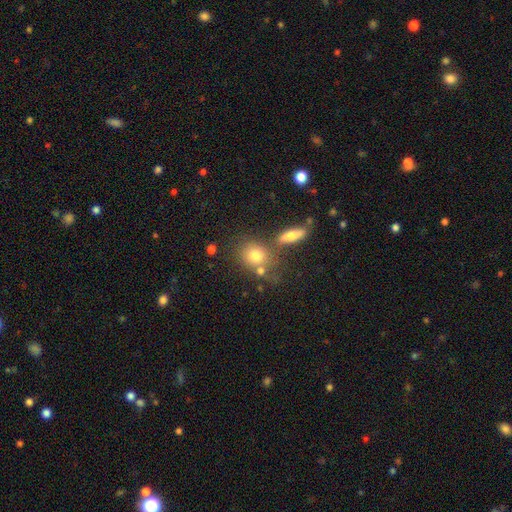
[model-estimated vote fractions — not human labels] A smooth galaxy with no disk features (75%) that is round (61%). Merging: none (57%).